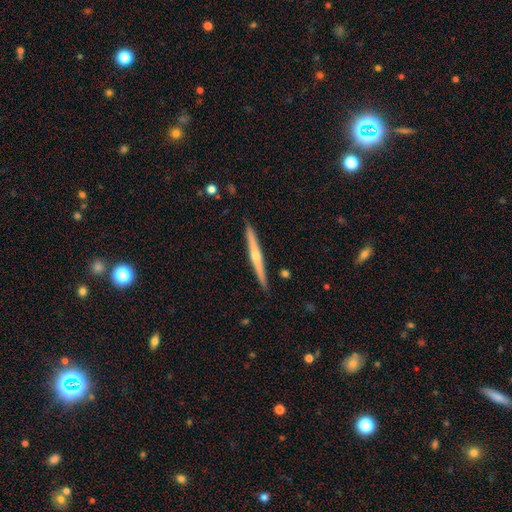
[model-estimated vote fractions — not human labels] smooth-or-featured: featured or disk: 70% | smooth: 25% | star or artifact: 5%
  disk-edge-on: yes: 98% | no: 2%
    edge-on-bulge: rounded: 76% | none: 21% | boxy: 3%
  merging: none: 91% | minor disturbance: 6% | major disturbance: 1% | merger: 1%